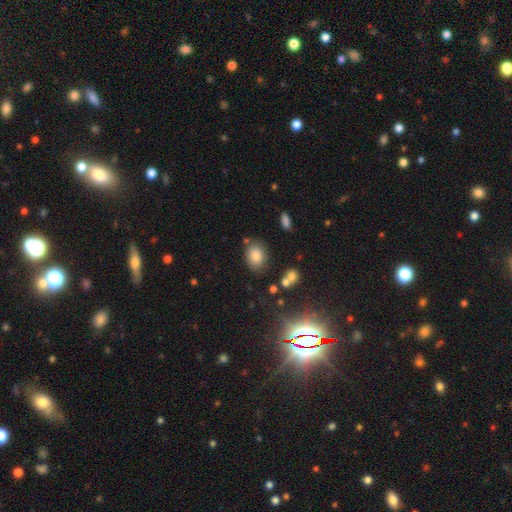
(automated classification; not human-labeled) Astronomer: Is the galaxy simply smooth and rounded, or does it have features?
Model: smooth — 82%.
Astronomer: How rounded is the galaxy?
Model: in between — 66%.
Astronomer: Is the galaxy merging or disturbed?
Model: none — 76%.